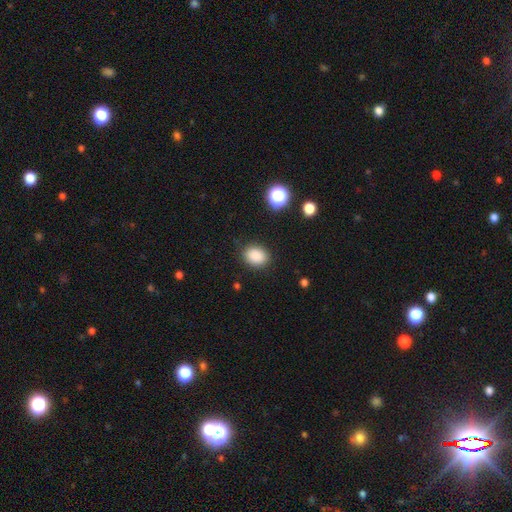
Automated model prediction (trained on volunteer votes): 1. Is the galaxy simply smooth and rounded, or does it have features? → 87% smooth, 10% star or artifact, 3% featured or disk.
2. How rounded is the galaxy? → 60% in between, 39% round, 1% cigar-shaped.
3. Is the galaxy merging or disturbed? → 86% none, 9% minor disturbance, 3% major disturbance, 1% merger.